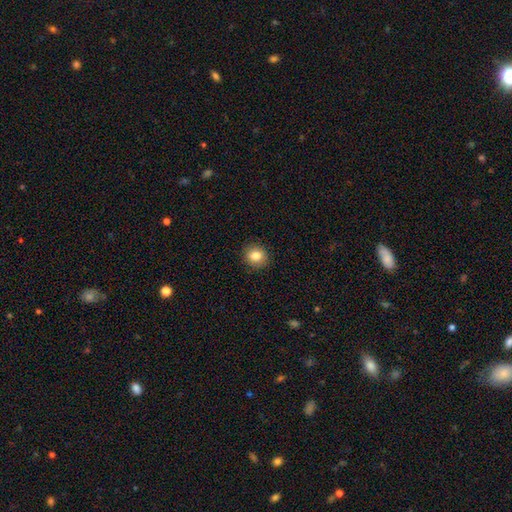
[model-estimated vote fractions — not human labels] This appears to be a smooth galaxy with no disk features (83%) that is round (83%). Merging: none (91%).